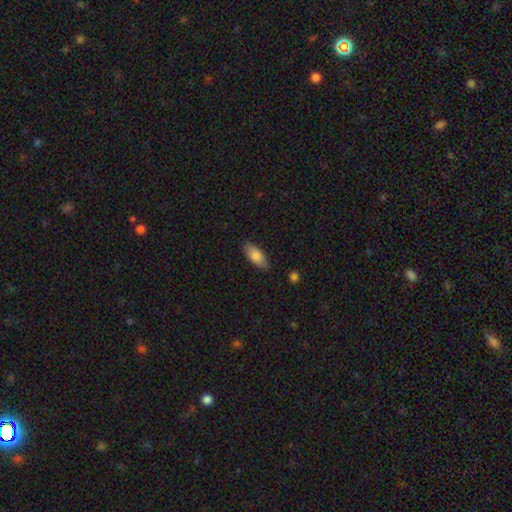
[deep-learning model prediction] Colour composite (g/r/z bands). It shows a smooth galaxy with no disk features (79%) that is in between round and cigar-shaped (84%). Merging: none (84%).